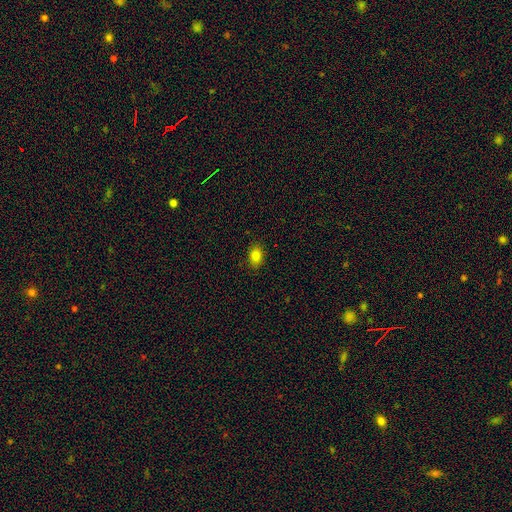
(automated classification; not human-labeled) smooth_or_featured: smooth (p=0.84) [alt: star or artifact p=0.11]
how_rounded: in between (p=0.81) [alt: round p=0.17]
merging: none (p=0.88) [alt: minor disturbance p=0.09]